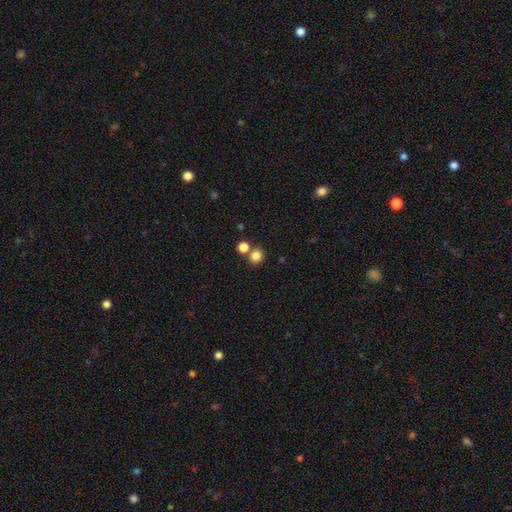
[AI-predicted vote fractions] Smooth or featured: smooth — 82% (star or artifact — 13%)
How rounded: round — 88% (in between — 11%)
Merging: none — 67% (merger — 23%)